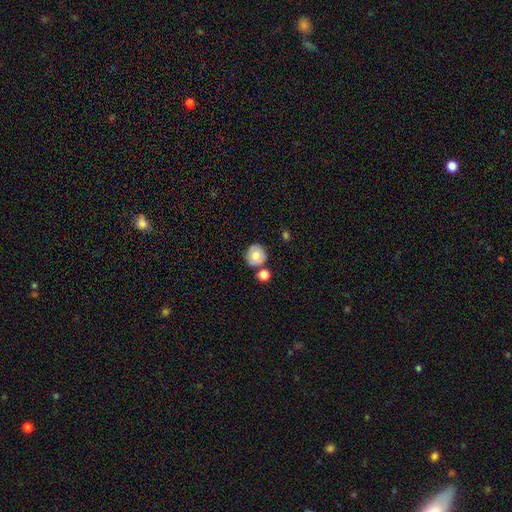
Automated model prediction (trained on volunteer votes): This appears to be a smooth galaxy with no disk features (69%) that is round (89%). Merging: none (73%).